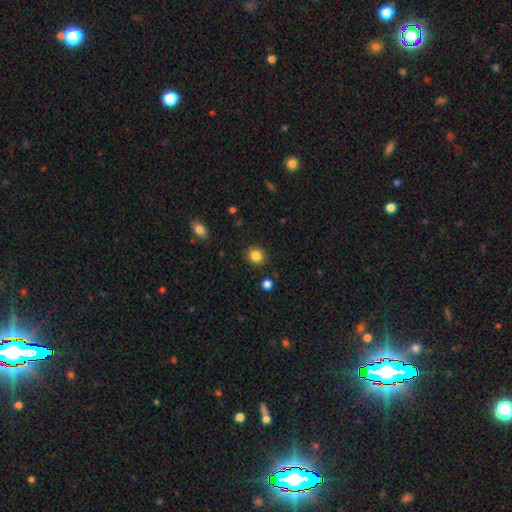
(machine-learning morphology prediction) smooth 85%, star or artifact 11%, featured or disk 4%. Down the decision tree: how rounded — round (89%); merging — none (90%).